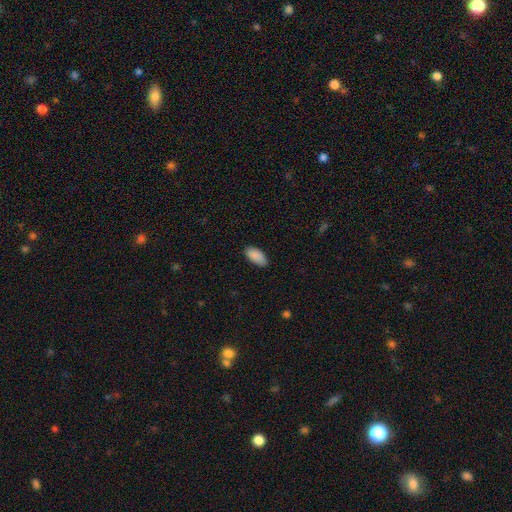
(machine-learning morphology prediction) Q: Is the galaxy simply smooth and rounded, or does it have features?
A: smooth — 90%.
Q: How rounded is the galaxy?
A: in between — 93%.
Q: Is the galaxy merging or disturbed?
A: none — 84%.